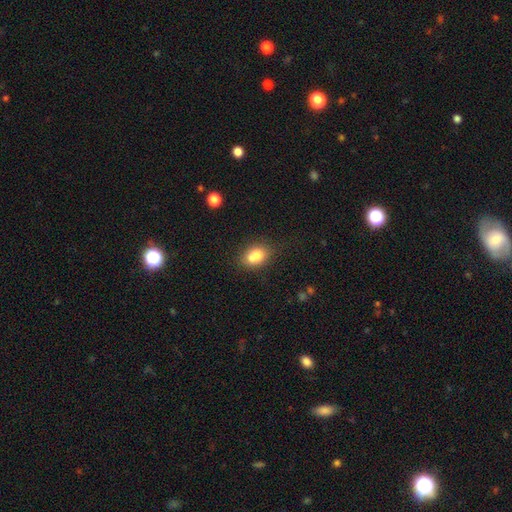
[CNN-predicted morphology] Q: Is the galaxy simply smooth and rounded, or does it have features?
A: smooth — 72%.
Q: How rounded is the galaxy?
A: in between — 52%.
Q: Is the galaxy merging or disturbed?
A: merger — 43%.